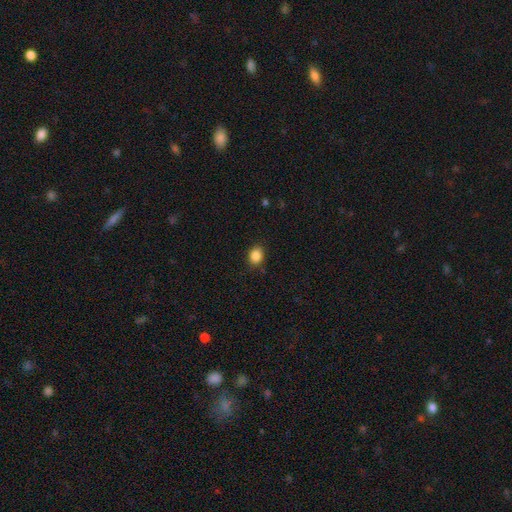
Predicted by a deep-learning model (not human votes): Smooth or featured? smooth (87%)
How rounded? in between (54%)
Merging? none (86%)